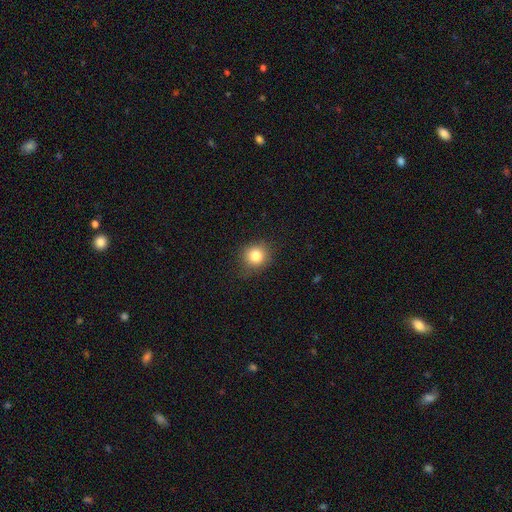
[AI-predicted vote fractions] Q: Smooth or featured?
A: smooth (81%); runner-up: star or artifact (11%)
Q: How rounded?
A: round (83%); runner-up: in between (16%)
Q: Merging?
A: none (83%); runner-up: minor disturbance (13%)